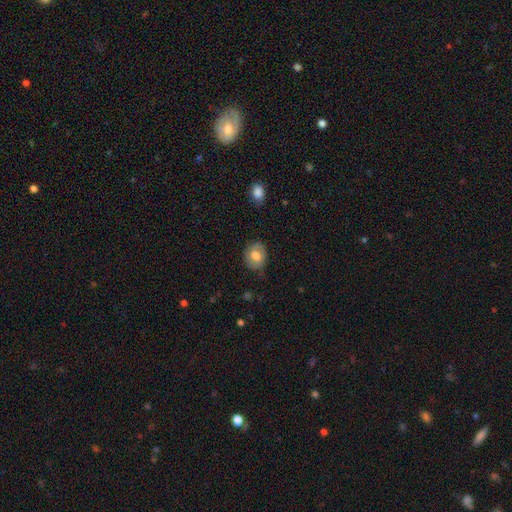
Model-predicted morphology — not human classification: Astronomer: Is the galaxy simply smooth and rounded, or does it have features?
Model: smooth — 64%.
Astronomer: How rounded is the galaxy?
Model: round — 50% (runner-up: in between, 49%).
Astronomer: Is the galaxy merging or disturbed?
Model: none — 77%.